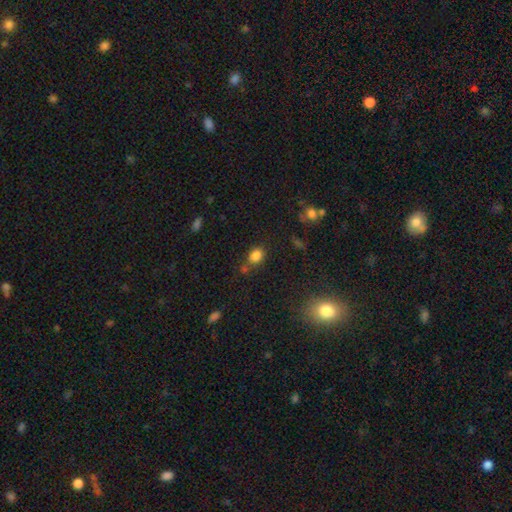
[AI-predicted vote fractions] smooth-or-featured: smooth: 80% | star or artifact: 14% | featured or disk: 5%
  how-rounded: in between: 60% | round: 38% | cigar-shaped: 2%
  merging: none: 64% | minor disturbance: 17% | merger: 14% | major disturbance: 6%